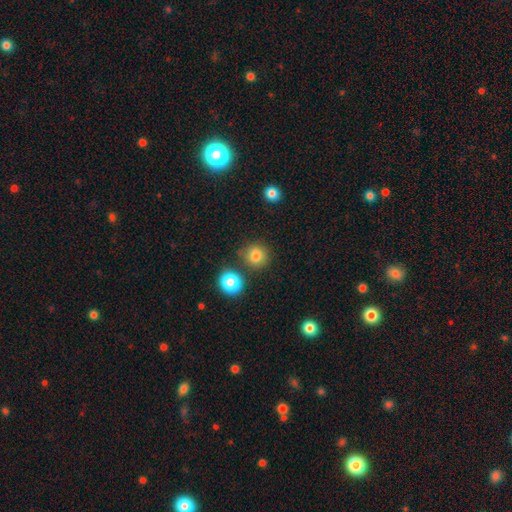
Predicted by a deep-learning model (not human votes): Smooth or featured? Predicted: smooth (p=0.81). How rounded? Predicted: round (p=0.90). Merging? Predicted: none (p=0.80).